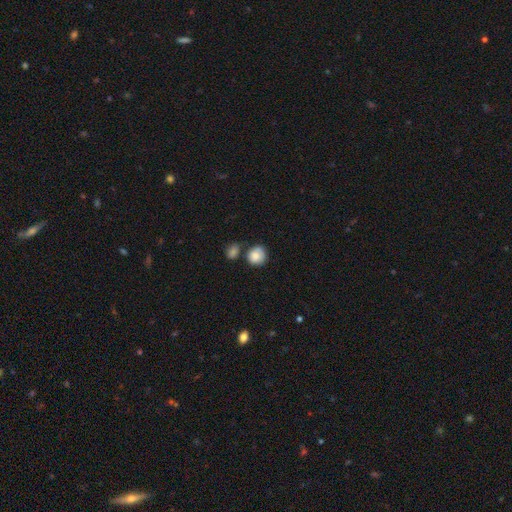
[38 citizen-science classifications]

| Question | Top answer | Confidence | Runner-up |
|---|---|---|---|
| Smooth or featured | smooth | 79% | featured or disk (16%) |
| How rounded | round | 97% | in between (3%) |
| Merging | none | 64% | merger (19%) |